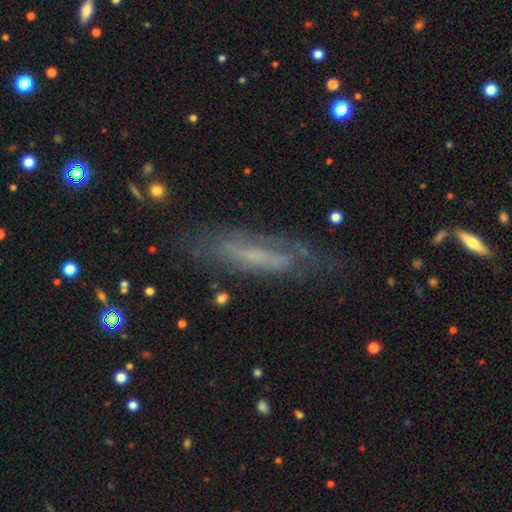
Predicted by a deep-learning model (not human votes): The model was most divided on "edge-on disk": no: 60%, yes: 40%. More confident: merging — none (68%); smooth or featured — featured or disk (62%).